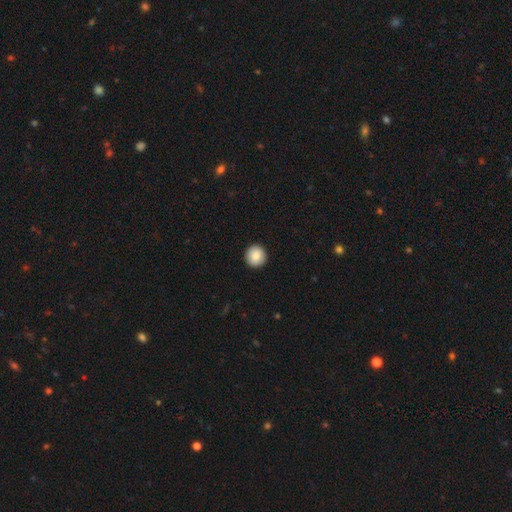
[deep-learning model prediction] A smooth galaxy with no disk features (85%) that is round (96%). Merging: none (93%).